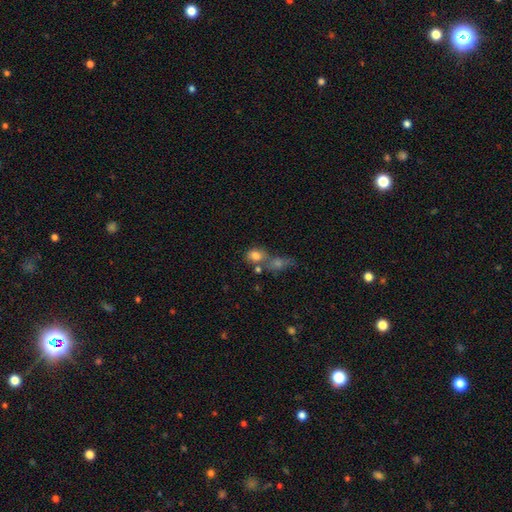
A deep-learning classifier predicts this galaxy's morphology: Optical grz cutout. It shows a smooth galaxy with no disk features (76%) that is in between round and cigar-shaped (54%). Merging: merger (46%).